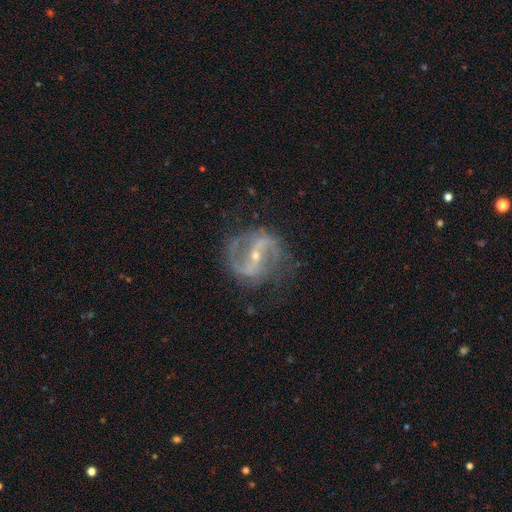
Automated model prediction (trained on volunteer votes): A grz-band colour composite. It shows a featured or disk galaxy (90%) with a strong bar (56%), 2 (89%) medium (51%) spiral arms (95%) and a small central bulge (70%). Merging: none (72%).